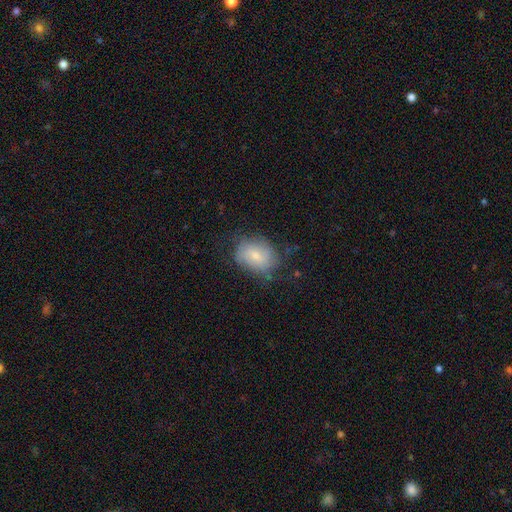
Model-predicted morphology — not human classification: Smooth or featured?
  - smooth: 61% *
  - featured or disk: 31%
  - star or artifact: 8%
How rounded?
  - in between: 63% *
  - round: 36%
  - cigar-shaped: 1%
Merging?
  - none: 64% *
  - minor disturbance: 25%
  - major disturbance: 10%
  - merger: 1%